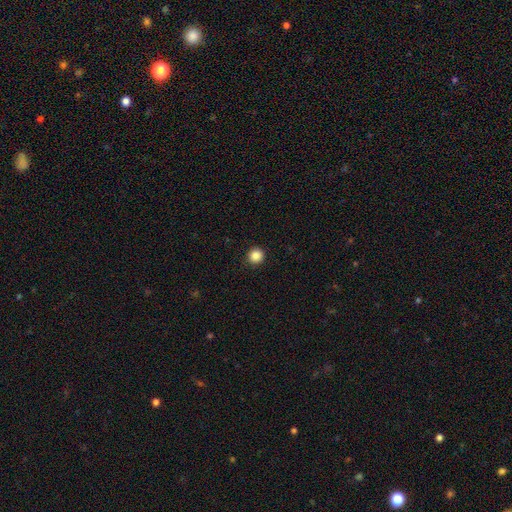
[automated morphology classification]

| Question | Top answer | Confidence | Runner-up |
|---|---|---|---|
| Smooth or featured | smooth | 87% | star or artifact (10%) |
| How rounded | round | 95% | in between (4%) |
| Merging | none | 93% | minor disturbance (5%) |